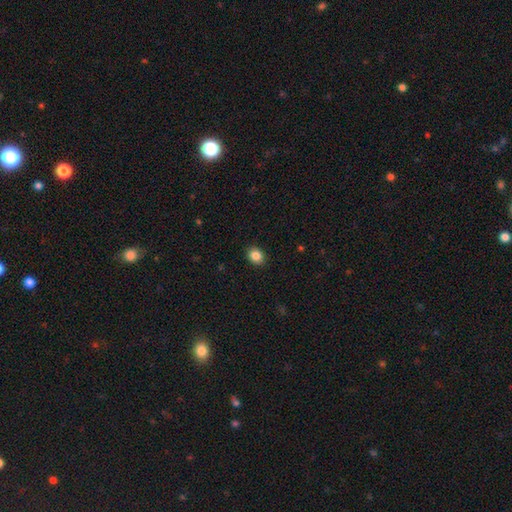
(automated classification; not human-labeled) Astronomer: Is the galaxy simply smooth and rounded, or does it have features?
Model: smooth — 87%.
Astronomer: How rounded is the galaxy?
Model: round — 51% (runner-up: in between, 48%).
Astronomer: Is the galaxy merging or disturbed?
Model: none — 90%.